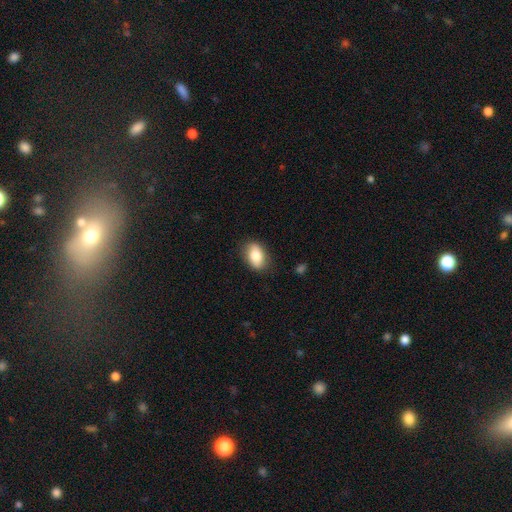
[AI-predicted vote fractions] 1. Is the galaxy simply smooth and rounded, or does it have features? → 83% smooth, 10% featured or disk, 7% star or artifact.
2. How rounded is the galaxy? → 87% in between, 11% round, 2% cigar-shaped.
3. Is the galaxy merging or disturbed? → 82% none, 13% minor disturbance, 3% major disturbance, 1% merger.